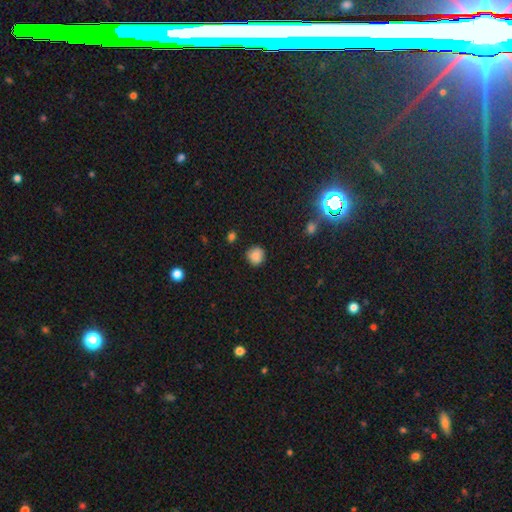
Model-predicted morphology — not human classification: type=smooth (85%); roundness=round (88%); merging=none (84%).